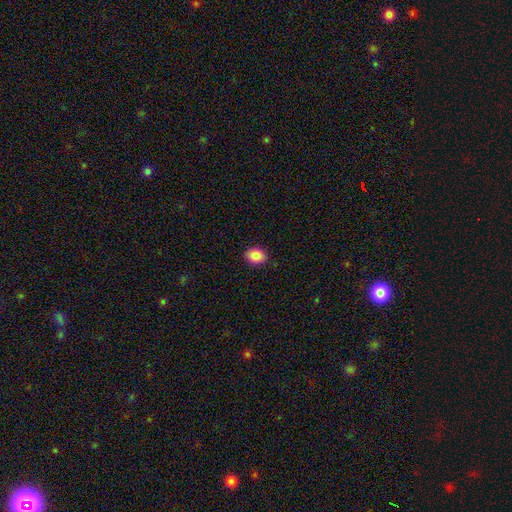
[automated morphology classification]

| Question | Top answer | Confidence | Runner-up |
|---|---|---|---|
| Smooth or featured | smooth | 87% | star or artifact (8%) |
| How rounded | in between | 59% | round (40%) |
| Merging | none | 90% | minor disturbance (8%) |